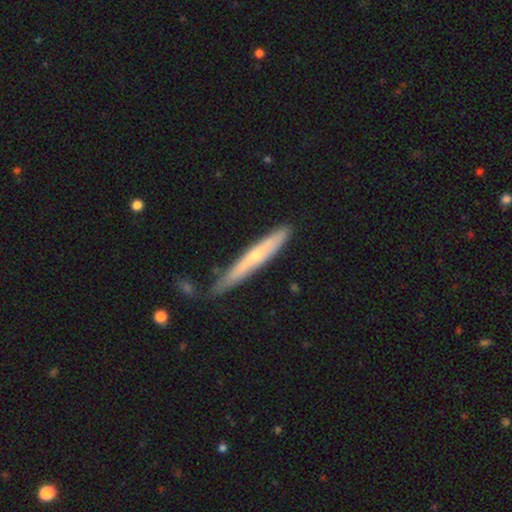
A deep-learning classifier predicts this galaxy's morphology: A featured or disk galaxy (49%).

Vote fractions:
- Smooth or featured? featured or disk: 49% / smooth: 46% / star or artifact: 6%
- Merging? none: 76% / minor disturbance: 18% / merger: 3% / major disturbance: 3%